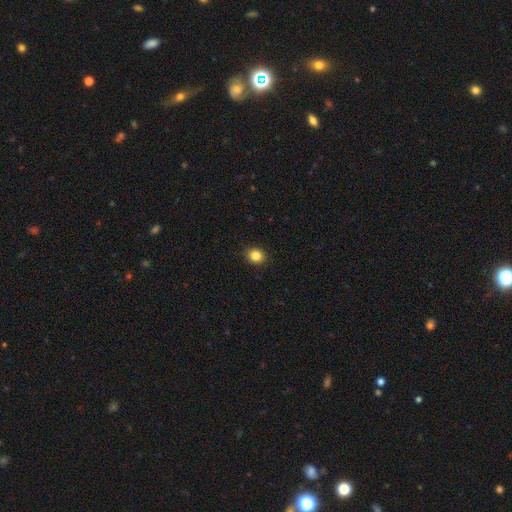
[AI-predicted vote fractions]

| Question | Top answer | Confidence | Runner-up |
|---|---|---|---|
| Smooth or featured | smooth | 85% | star or artifact (11%) |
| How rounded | round | 70% | in between (29%) |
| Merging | none | 91% | minor disturbance (7%) |